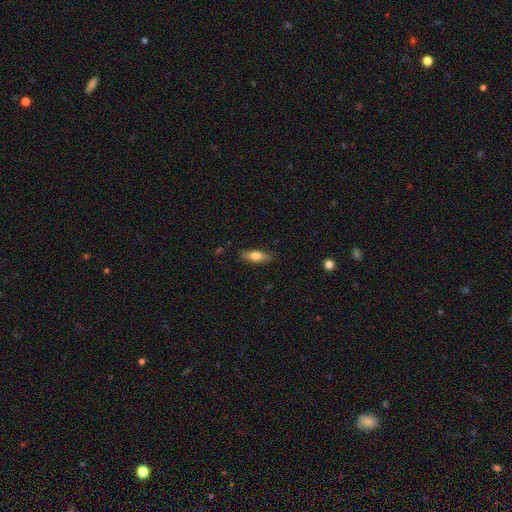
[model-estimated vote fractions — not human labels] A smooth galaxy with no disk features (63%) that is in between round and cigar-shaped (51%).

Vote fractions:
- Smooth or featured? smooth: 63% / featured or disk: 31% / star or artifact: 7%
- How rounded? in between: 51% / cigar-shaped: 47% / round: 3%
- Merging? none: 84% / minor disturbance: 12% / major disturbance: 3% / merger: 1%